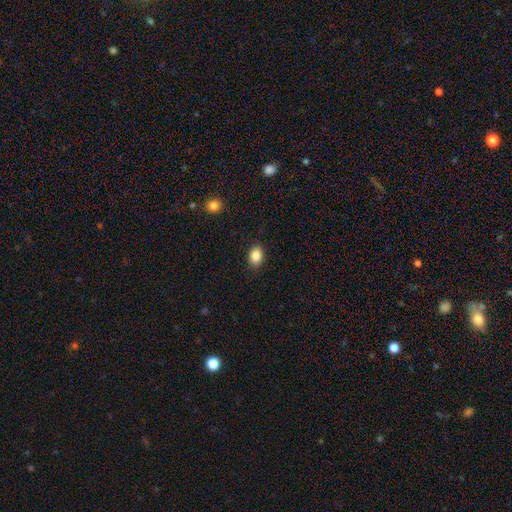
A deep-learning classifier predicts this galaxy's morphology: This is clearly a smooth galaxy (86%). How rounded: likely in between (73%). Merging: clearly none (88%).